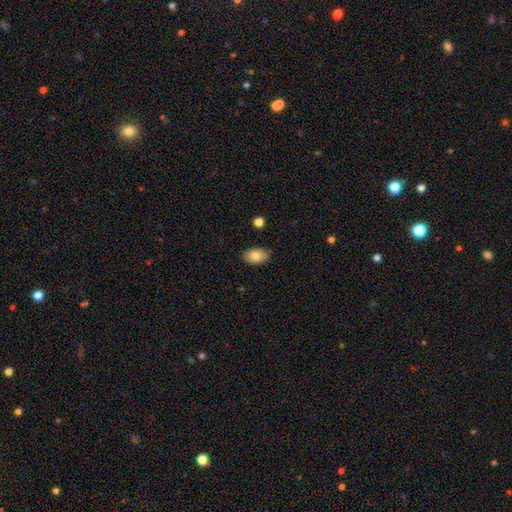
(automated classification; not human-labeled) A smooth galaxy with no disk features (83%) that is in between round and cigar-shaped (92%).

Vote fractions:
- Smooth or featured? smooth: 83% / featured or disk: 10% / star or artifact: 7%
- How rounded? in between: 92% / round: 7% / cigar-shaped: 2%
- Merging? none: 87% / minor disturbance: 10% / major disturbance: 2% / merger: 1%